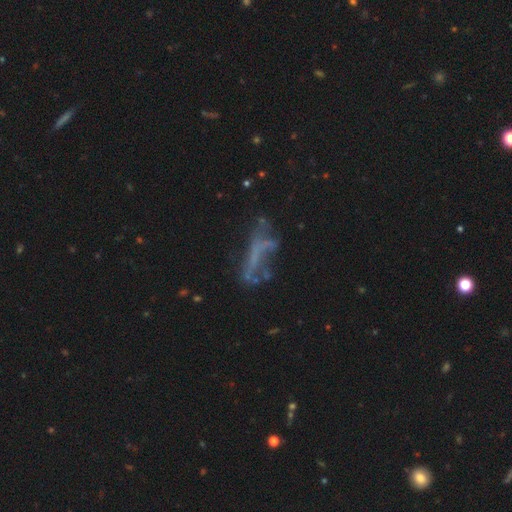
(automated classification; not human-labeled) featured or disk 53%, smooth 25%, star or artifact 22%. Down the decision tree: edge-on disk — no (83%); merging — none (38%).